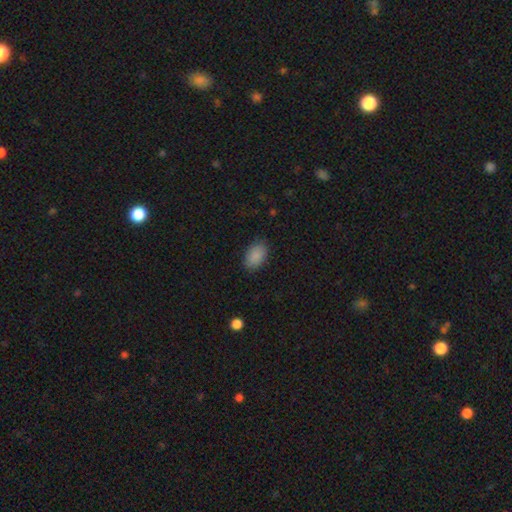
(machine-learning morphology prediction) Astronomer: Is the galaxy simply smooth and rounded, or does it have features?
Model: smooth — 89%.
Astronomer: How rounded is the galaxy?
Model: in between — 88%.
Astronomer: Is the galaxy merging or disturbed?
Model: none — 84%.